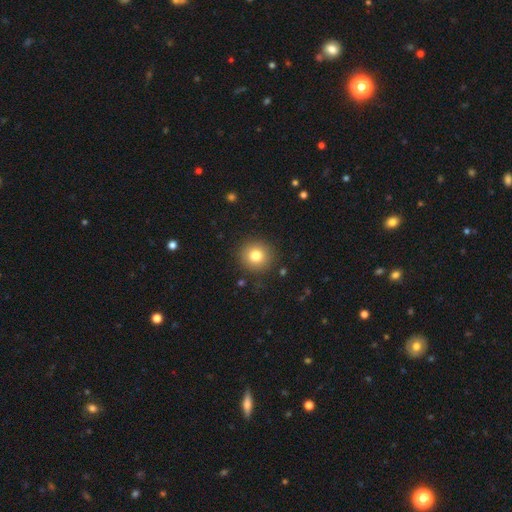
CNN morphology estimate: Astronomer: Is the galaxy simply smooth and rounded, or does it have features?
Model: smooth — 80%.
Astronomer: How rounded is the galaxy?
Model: round — 92%.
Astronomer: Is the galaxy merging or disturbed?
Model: none — 90%.